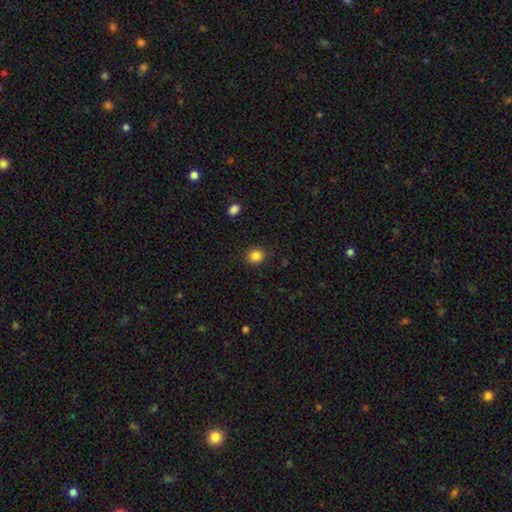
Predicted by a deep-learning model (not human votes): Smooth or featured?
  - smooth: 85% *
  - star or artifact: 11%
  - featured or disk: 4%
How rounded?
  - round: 83% *
  - in between: 17%
  - cigar-shaped: 1%
Merging?
  - none: 90% *
  - minor disturbance: 7%
  - major disturbance: 2%
  - merger: 1%